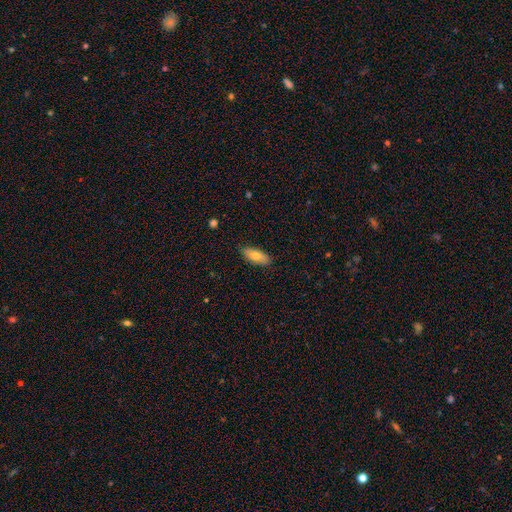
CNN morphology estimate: This appears to be a smooth galaxy with no disk features (74%) that is in between round and cigar-shaped (76%). Merging: none (86%).